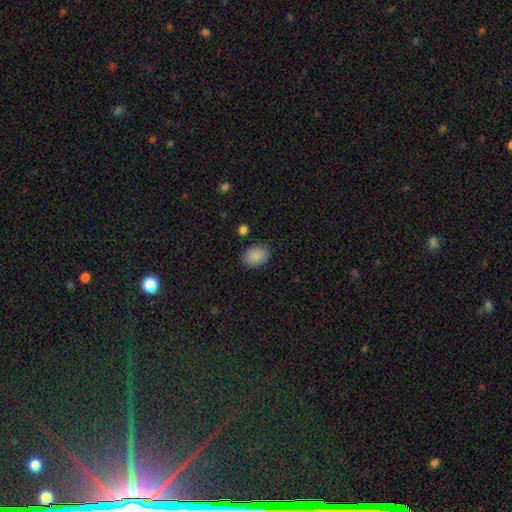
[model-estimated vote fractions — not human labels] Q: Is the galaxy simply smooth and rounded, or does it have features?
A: smooth — 89%.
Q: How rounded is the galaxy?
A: in between — 78%.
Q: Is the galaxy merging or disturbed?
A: none — 85%.